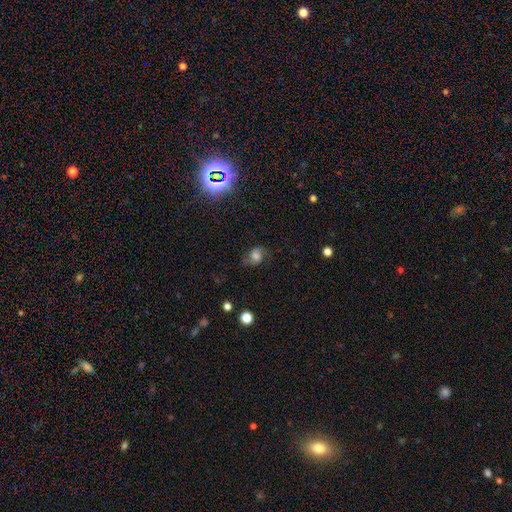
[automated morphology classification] A smooth galaxy with no disk features (48%). Merging: none (64%).